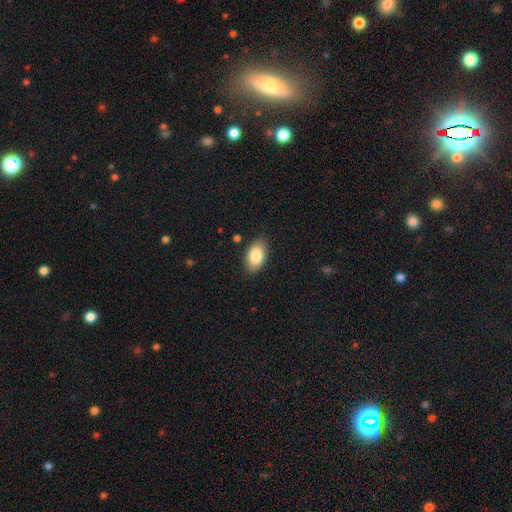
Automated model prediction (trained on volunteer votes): This is clearly a smooth galaxy (85%). How rounded: clearly in between (92%). Merging: clearly none (86%).